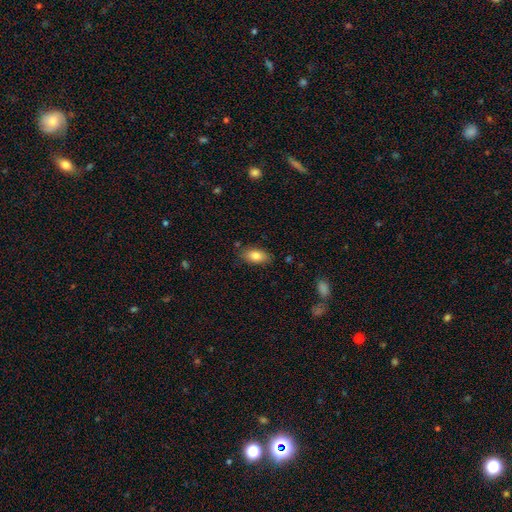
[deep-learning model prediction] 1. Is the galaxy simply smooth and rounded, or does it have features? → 83% smooth, 9% featured or disk, 7% star or artifact.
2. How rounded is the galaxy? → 90% in between, 5% round, 5% cigar-shaped.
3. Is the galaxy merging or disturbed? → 82% none, 13% minor disturbance, 3% major disturbance, 2% merger.